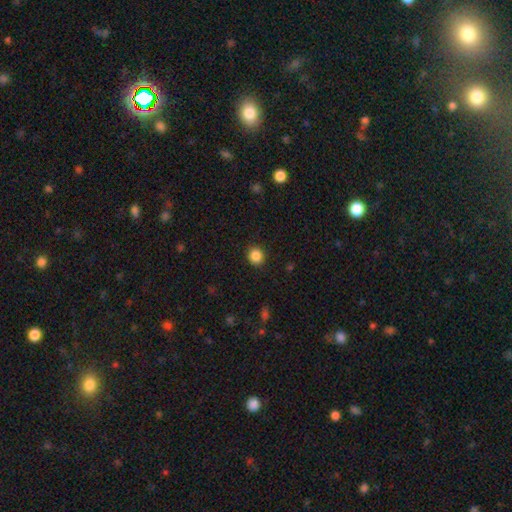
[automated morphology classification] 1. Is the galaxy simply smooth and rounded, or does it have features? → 87% smooth, 10% star or artifact, 3% featured or disk.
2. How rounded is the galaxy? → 88% round, 11% in between, 1% cigar-shaped.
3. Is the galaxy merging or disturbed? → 91% none, 6% minor disturbance, 2% major disturbance, 1% merger.